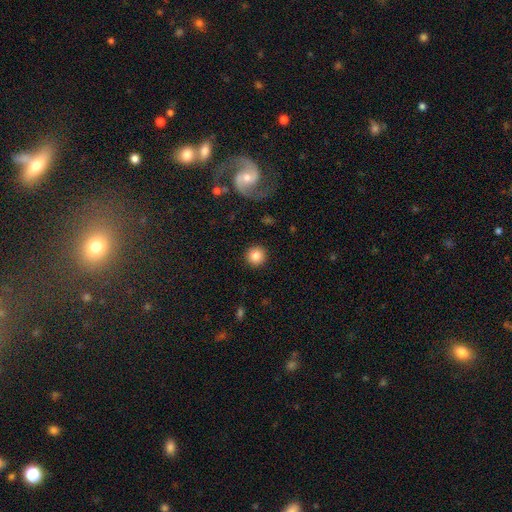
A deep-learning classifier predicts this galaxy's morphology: This is clearly a smooth galaxy (84%). How rounded: clearly round (94%). Merging: clearly none (91%).